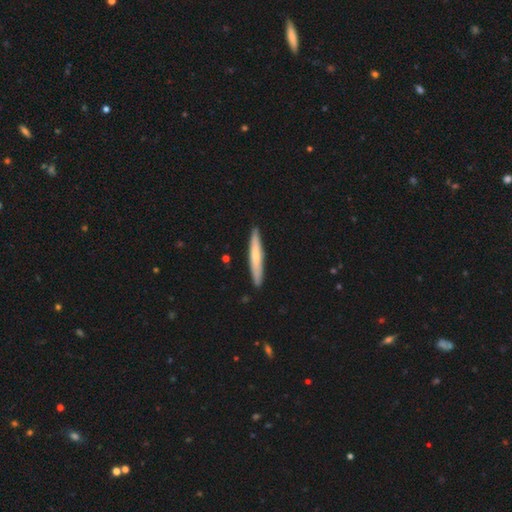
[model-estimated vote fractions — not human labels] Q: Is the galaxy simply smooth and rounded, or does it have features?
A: smooth — 59%.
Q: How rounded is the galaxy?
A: cigar-shaped — 95%.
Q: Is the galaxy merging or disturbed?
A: none — 90%.